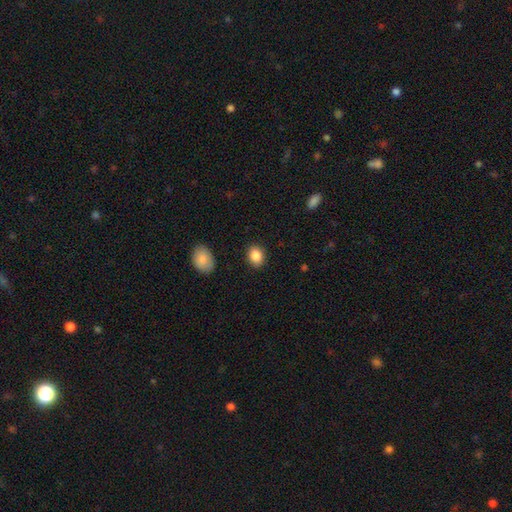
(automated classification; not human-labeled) Smooth or featured? smooth (87%)
How rounded? in between (56%)
Merging? none (88%)